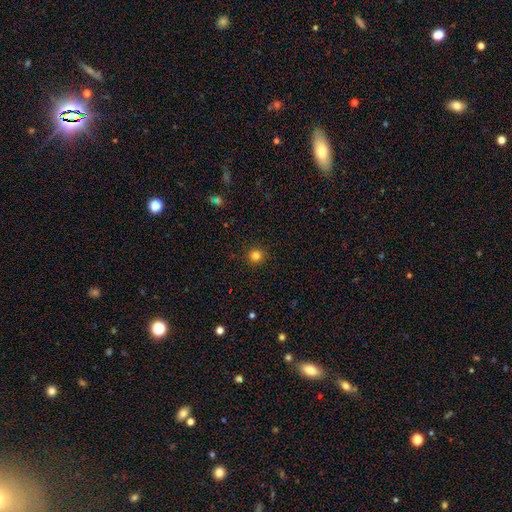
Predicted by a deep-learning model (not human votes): This is clearly a smooth galaxy (83%). How rounded: clearly round (94%). Merging: clearly none (92%).